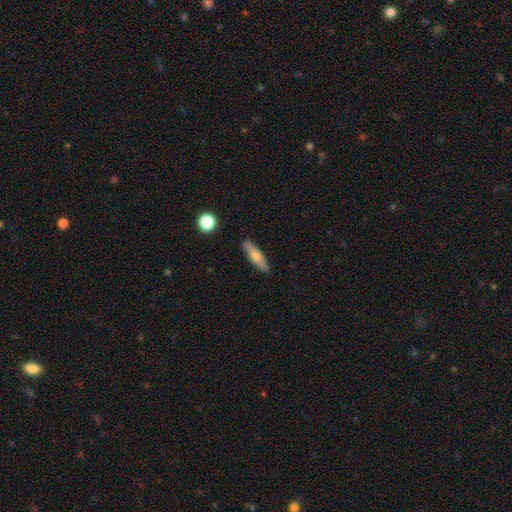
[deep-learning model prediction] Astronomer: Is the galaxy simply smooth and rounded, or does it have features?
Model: smooth — 63%.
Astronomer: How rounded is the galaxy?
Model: cigar-shaped — 64%.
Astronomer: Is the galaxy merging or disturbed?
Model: none — 88%.